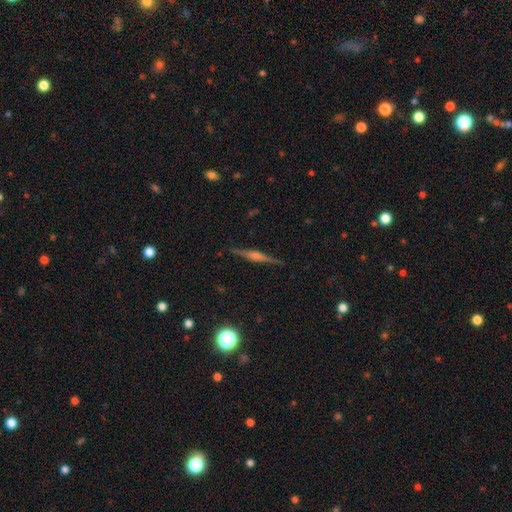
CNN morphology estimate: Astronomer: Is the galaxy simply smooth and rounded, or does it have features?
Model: featured or disk — 74%.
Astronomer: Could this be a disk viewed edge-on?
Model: yes — 98%.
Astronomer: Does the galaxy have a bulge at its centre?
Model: rounded — 67%.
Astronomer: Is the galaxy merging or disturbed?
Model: none — 90%.